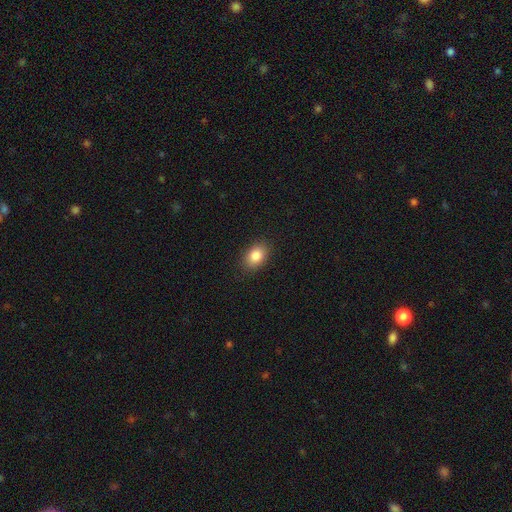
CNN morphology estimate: This is clearly a smooth galaxy (85%). How rounded: clearly in between (81%). Merging: clearly none (88%).